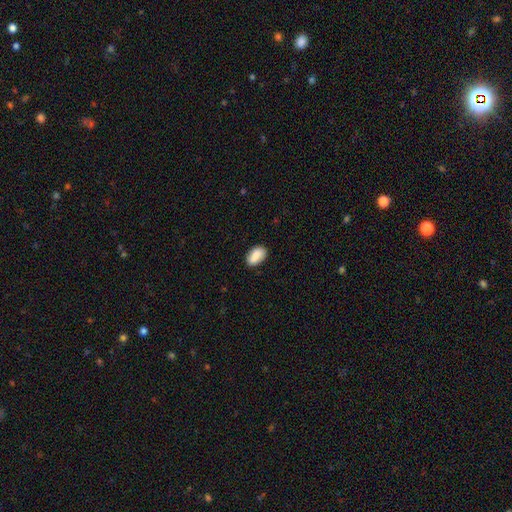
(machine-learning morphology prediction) A smooth galaxy with no disk features (86%) that is in between round and cigar-shaped (92%).

Vote fractions:
- Smooth or featured? smooth: 86% / star or artifact: 7% / featured or disk: 7%
- How rounded? in between: 92% / round: 5% / cigar-shaped: 2%
- Merging? none: 83% / minor disturbance: 13% / major disturbance: 2% / merger: 1%